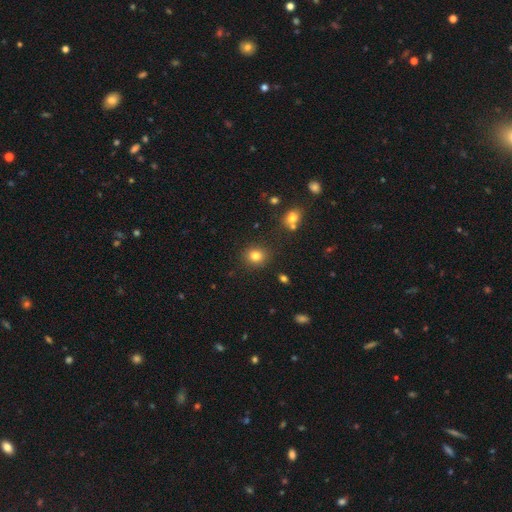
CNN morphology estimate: Smooth or featured? Predicted: smooth (p=0.81). How rounded? Predicted: round (p=0.82). Merging? Predicted: none (p=0.88).